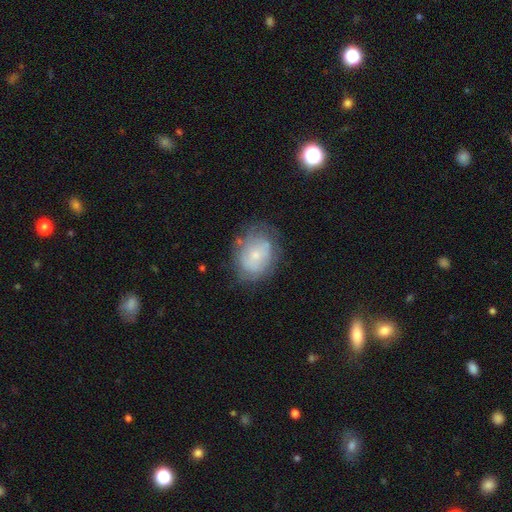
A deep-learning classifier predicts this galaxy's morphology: This is possibly a featured or disk galaxy (47%). Merging: likely none (61%).